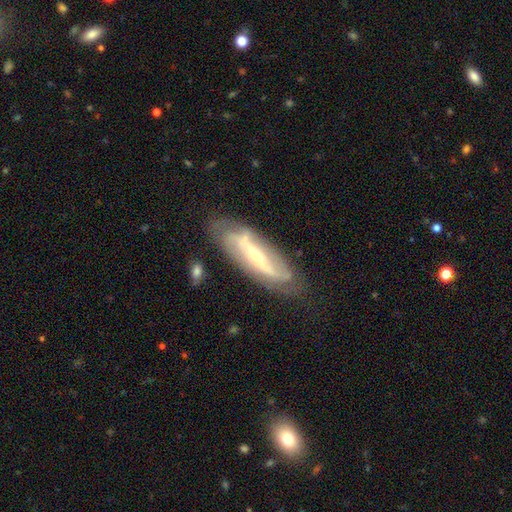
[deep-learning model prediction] Smooth or featured? Predicted: featured or disk (p=0.78). Edge-on disk? Predicted: no (p=0.74). Bar? Predicted: strong (p=0.55). Spiral arms? Predicted: yes (p=0.81). Bulge size? Predicted: small (p=0.52). Merging? Predicted: none (p=0.69).